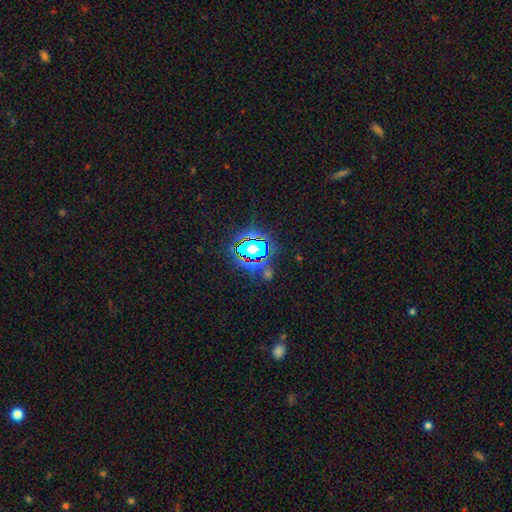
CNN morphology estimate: This is likely a star or artifact rather than a galaxy (79%).